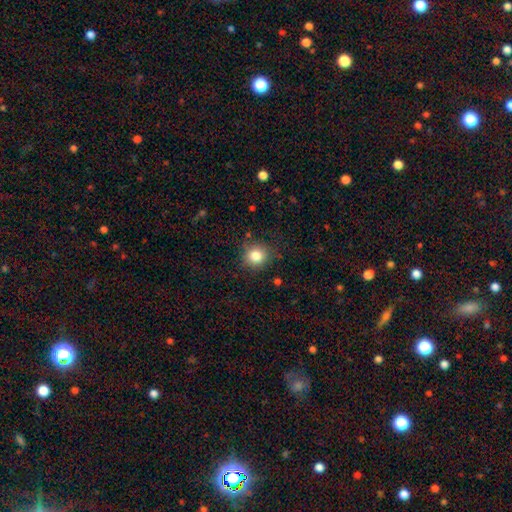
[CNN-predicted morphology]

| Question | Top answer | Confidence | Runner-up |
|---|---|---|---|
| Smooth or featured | smooth | 82% | star or artifact (11%) |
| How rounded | round | 86% | in between (13%) |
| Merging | none | 82% | minor disturbance (13%) |